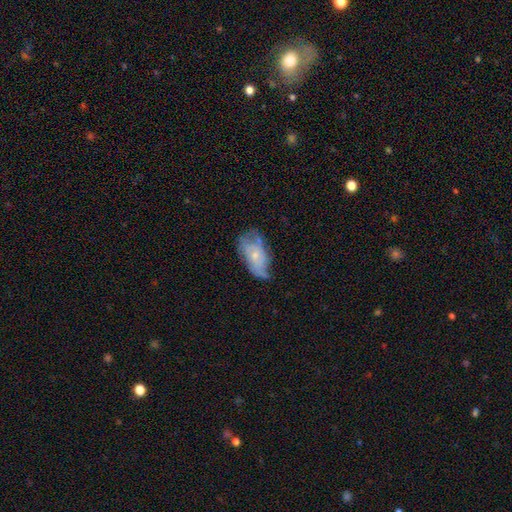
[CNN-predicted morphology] Smooth or featured?
  - featured or disk: 58% *
  - smooth: 34%
  - star or artifact: 8%
Edge-on disk?
  - no: 94% *
  - yes: 6%
Bar?
  - no: 80% *
  - weak: 17%
  - strong: 3%
Spiral arms?
  - yes: 70% *
  - no: 30%
Bulge size?
  - small: 67% *
  - moderate: 27%
  - none: 4%
  - large: 2%
  - dominant: 1%
Merging?
  - none: 48% *
  - minor disturbance: 33%
  - major disturbance: 17%
  - merger: 2%